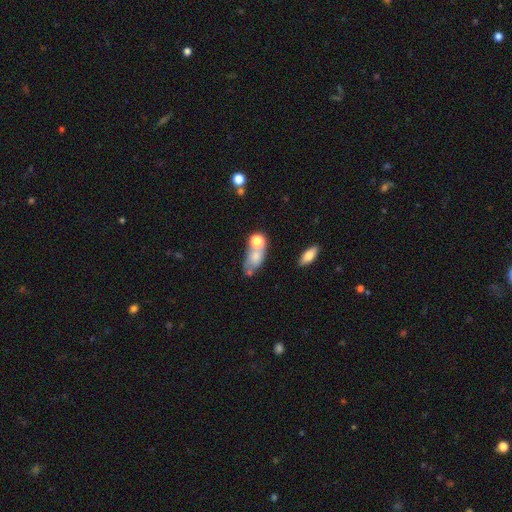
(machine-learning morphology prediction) smooth_or_featured: smooth (p=0.67) [alt: featured or disk p=0.22]
how_rounded: in between (p=0.75) [alt: round p=0.17]
merging: none (p=0.38) [alt: merger p=0.36]